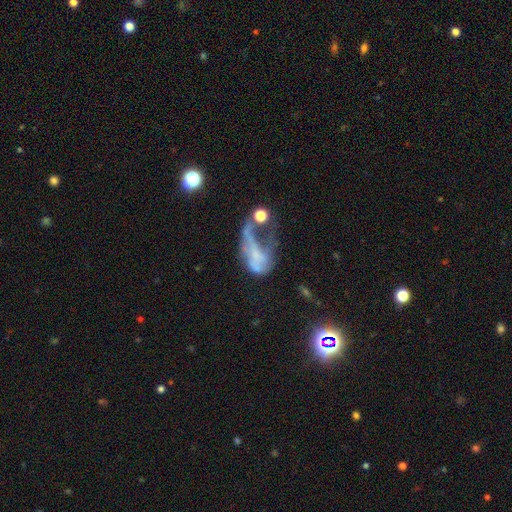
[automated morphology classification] This appears to be a featured or disk galaxy (51%). Merging: major disturbance (52%).